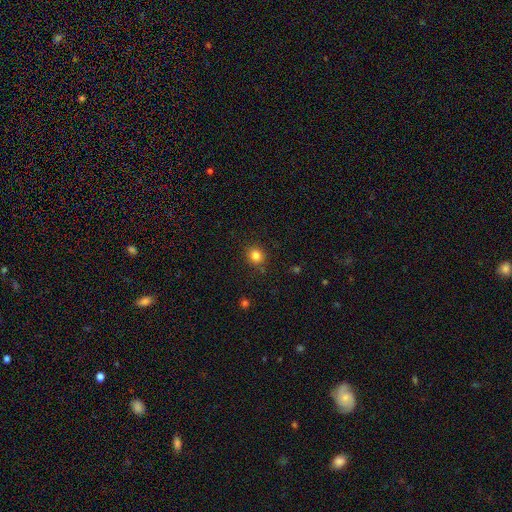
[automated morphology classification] Smooth or featured?
  - smooth: 83% *
  - star or artifact: 12%
  - featured or disk: 5%
How rounded?
  - round: 82% *
  - in between: 17%
  - cigar-shaped: 1%
Merging?
  - none: 87% *
  - minor disturbance: 9%
  - major disturbance: 2%
  - merger: 2%